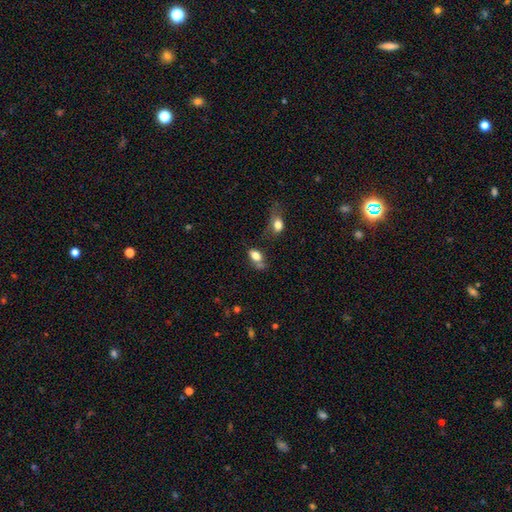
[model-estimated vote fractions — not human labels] This is likely a smooth galaxy (78%). How rounded: clearly in between (84%). Merging: marginally none (41%).